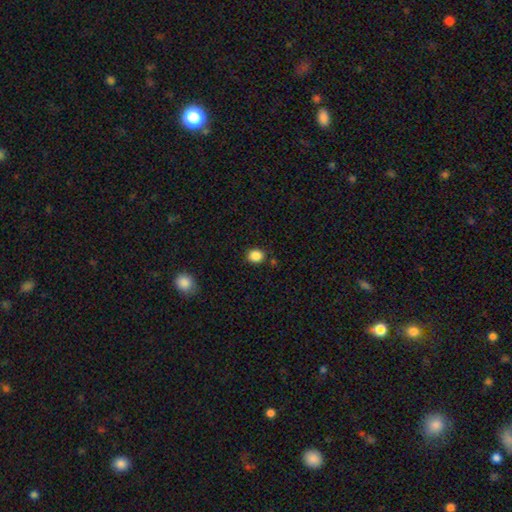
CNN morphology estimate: A smooth galaxy with no disk features (86%) that is round (68%).

Vote fractions:
- Smooth or featured? smooth: 86% / star or artifact: 10% / featured or disk: 3%
- How rounded? round: 68% / in between: 31% / cigar-shaped: 1%
- Merging? none: 84% / minor disturbance: 10% / merger: 3% / major disturbance: 3%